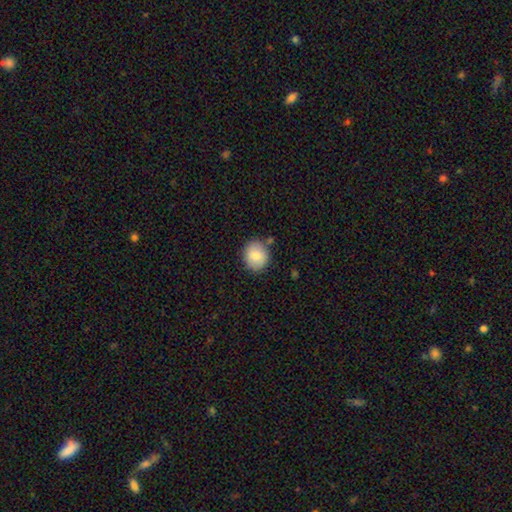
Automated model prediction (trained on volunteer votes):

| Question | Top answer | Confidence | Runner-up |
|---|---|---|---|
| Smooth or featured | smooth | 83% | featured or disk (10%) |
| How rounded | round | 75% | in between (24%) |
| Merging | none | 80% | minor disturbance (12%) |